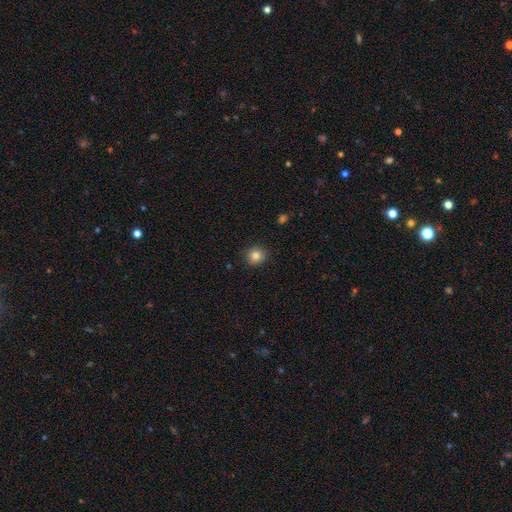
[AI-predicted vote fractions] A smooth galaxy with no disk features (82%) that is round (91%).

Vote fractions:
- Smooth or featured? smooth: 82% / star or artifact: 11% / featured or disk: 7%
- How rounded? round: 91% / in between: 8% / cigar-shaped: 1%
- Merging? none: 90% / minor disturbance: 7% / major disturbance: 2% / merger: 1%